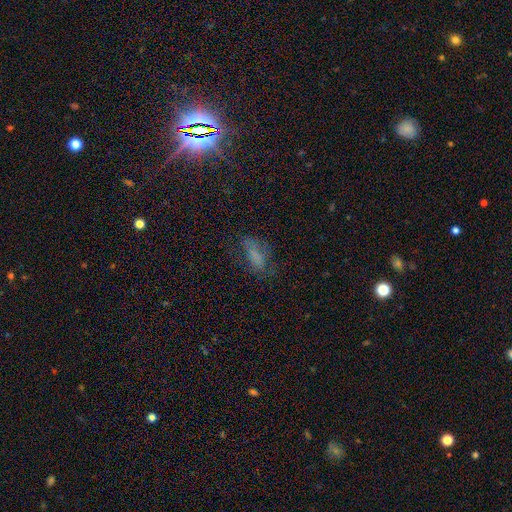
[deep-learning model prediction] The model was most divided on "merging": none: 52%, minor disturbance: 24%, major disturbance: 21%, merger: 3%. More confident: how rounded — in between (78%); smooth or featured — smooth (58%).